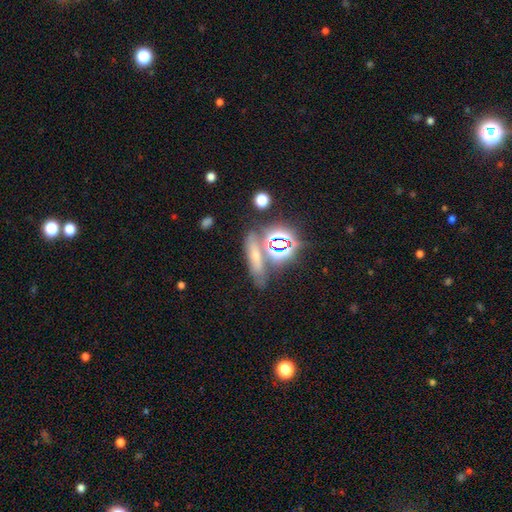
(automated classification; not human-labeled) smooth-or-featured: smooth: 46% | star or artifact: 35% | featured or disk: 19%
  merging: none: 64% | merger: 17% | minor disturbance: 14% | major disturbance: 6%